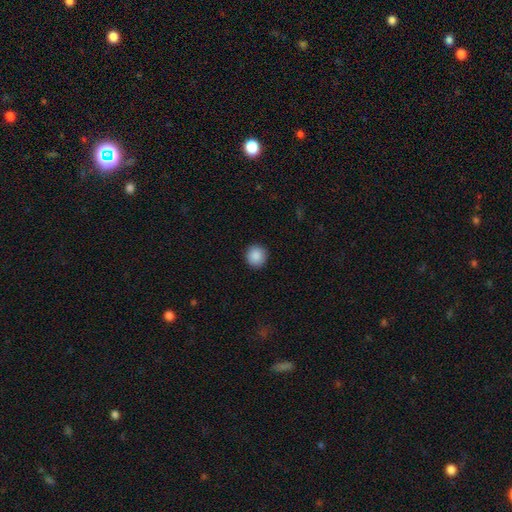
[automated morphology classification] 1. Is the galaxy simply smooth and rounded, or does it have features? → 89% smooth, 8% star or artifact, 3% featured or disk.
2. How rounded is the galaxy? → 94% round, 5% in between, 1% cigar-shaped.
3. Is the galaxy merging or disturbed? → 91% none, 6% minor disturbance, 2% major disturbance, 1% merger.